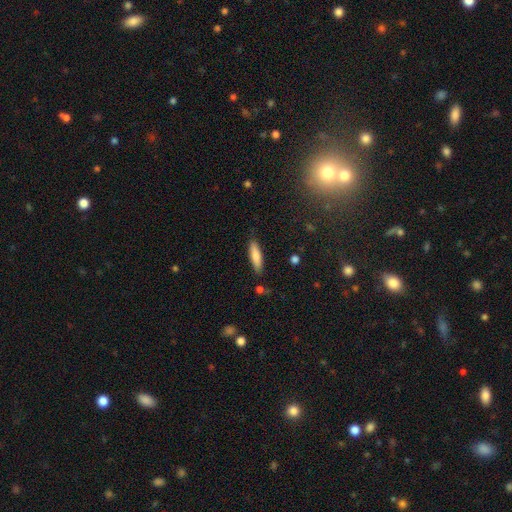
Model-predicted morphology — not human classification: The model was most divided on "how rounded": cigar-shaped: 73%, in between: 25%, round: 1%. More confident: merging — none (86%); smooth or featured — smooth (80%).